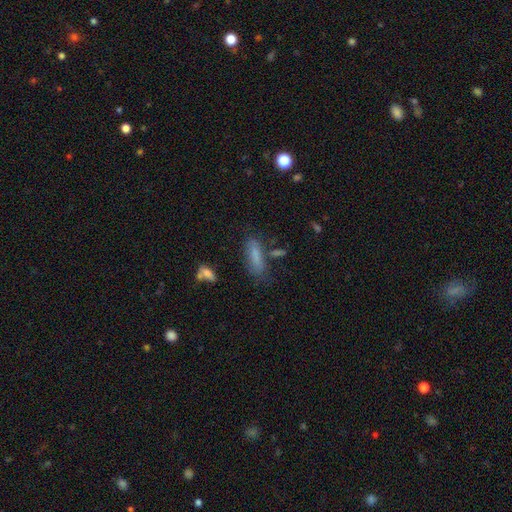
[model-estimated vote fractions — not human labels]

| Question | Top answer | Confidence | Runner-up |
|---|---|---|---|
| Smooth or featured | smooth | 75% | featured or disk (15%) |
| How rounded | in between | 49% | tied: cigar-shaped (49%) |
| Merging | none | 61% | minor disturbance (21%) |